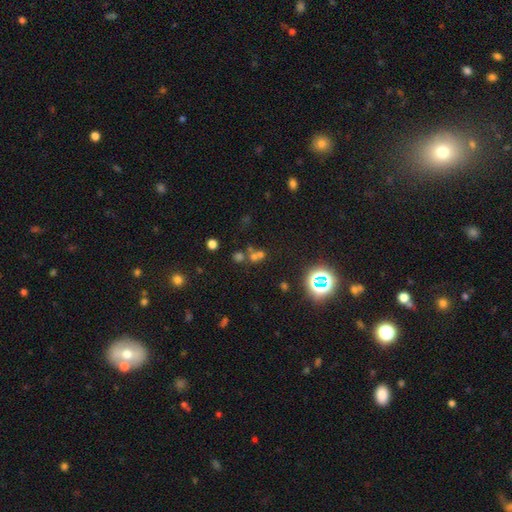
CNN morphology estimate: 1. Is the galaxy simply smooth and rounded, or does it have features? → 43% star or artifact (tied), 43% smooth (tied), 14% featured or disk.